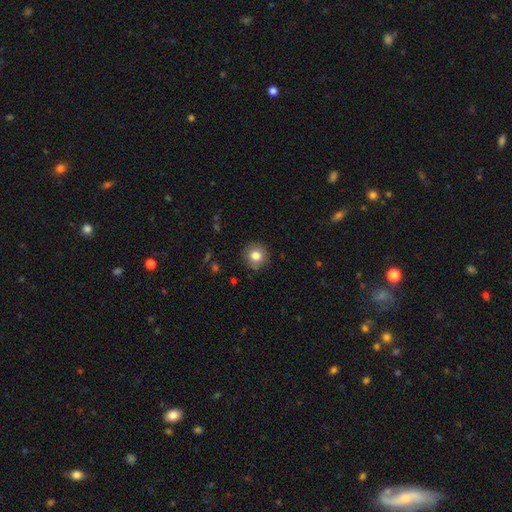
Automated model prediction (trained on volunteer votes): Smooth or featured? smooth (81%)
How rounded? round (93%)
Merging? none (89%)